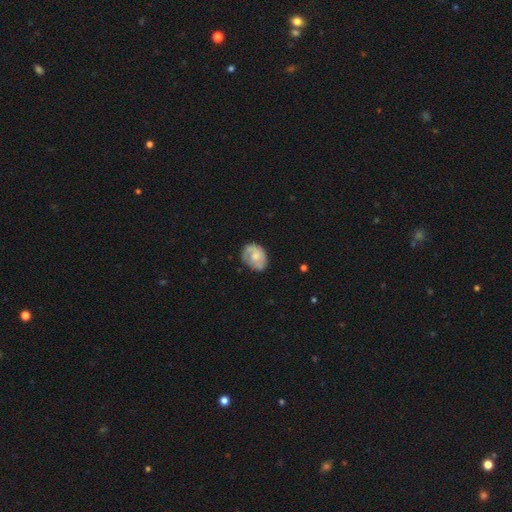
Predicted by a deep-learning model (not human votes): smooth_or_featured: featured or disk (p=0.49) [alt: smooth p=0.45]
merging: none (p=0.64) [alt: minor disturbance p=0.26]